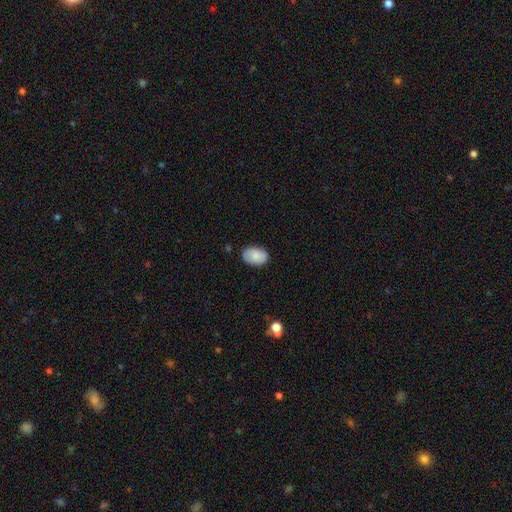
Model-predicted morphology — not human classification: type=smooth (81%); roundness=in between (86%); merging=none (83%).